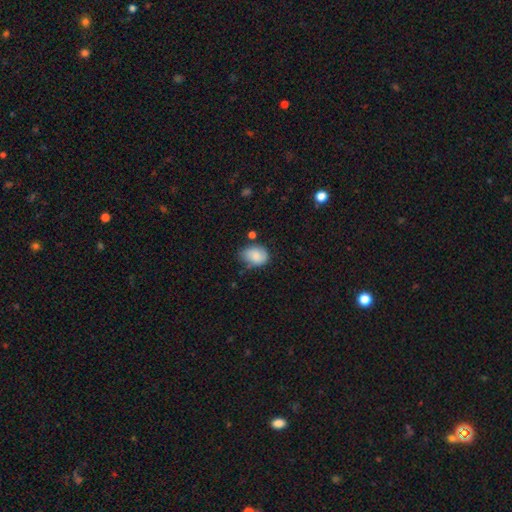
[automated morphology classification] Smooth or featured? Predicted: smooth (p=0.82). How rounded? Predicted: in between (p=0.70). Merging? Predicted: none (p=0.56).